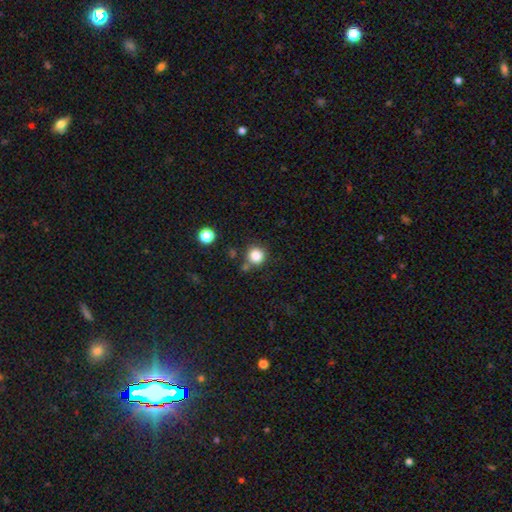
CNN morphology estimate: Smooth or featured?
  - smooth: 84% *
  - star or artifact: 12%
  - featured or disk: 4%
How rounded?
  - round: 92% *
  - in between: 7%
  - cigar-shaped: 1%
Merging?
  - none: 78% *
  - minor disturbance: 10%
  - merger: 9%
  - major disturbance: 4%